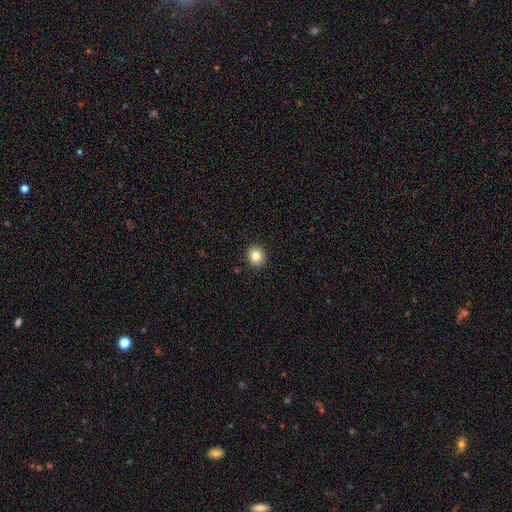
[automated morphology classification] Smooth or featured? Predicted: smooth (p=0.84). How rounded? Predicted: round (p=0.89). Merging? Predicted: none (p=0.92).